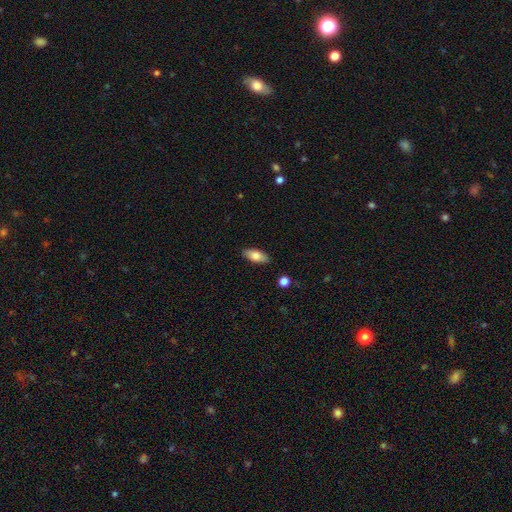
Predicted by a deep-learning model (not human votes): Q: Smooth or featured?
A: smooth (80%); runner-up: featured or disk (14%)
Q: How rounded?
A: in between (85%); runner-up: cigar-shaped (12%)
Q: Merging?
A: none (87%); runner-up: minor disturbance (10%)